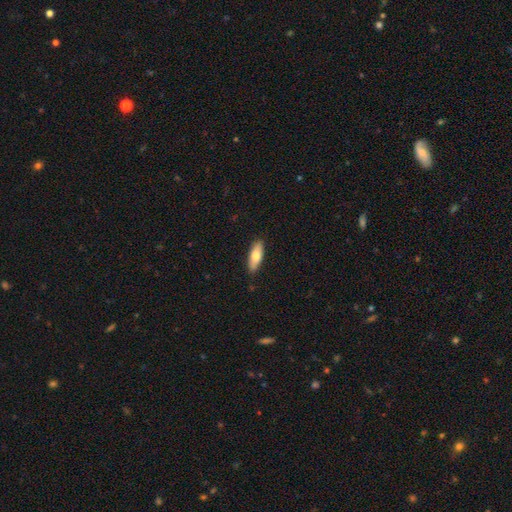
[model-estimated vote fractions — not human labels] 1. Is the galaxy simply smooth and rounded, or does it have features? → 75% smooth, 20% featured or disk, 6% star or artifact.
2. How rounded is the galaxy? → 63% in between, 35% cigar-shaped, 2% round.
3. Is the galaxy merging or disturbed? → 88% none, 9% minor disturbance, 2% major disturbance, 1% merger.